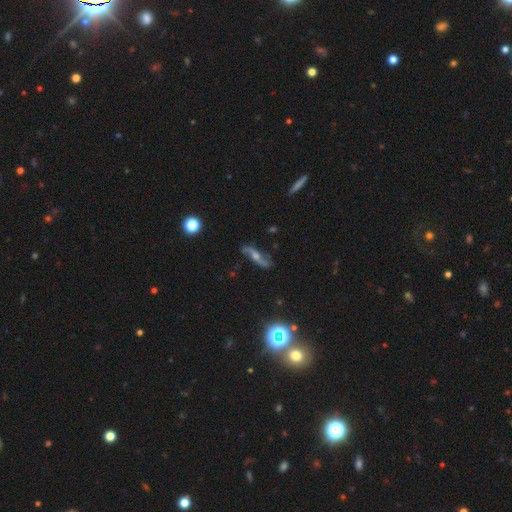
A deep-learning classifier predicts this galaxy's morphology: This appears to be a featured or disk galaxy (77%) with no bar (48%), 2 (92%) loose (75%) spiral arms (93%) and a moderate central bulge (54%). Merging: none (79%).